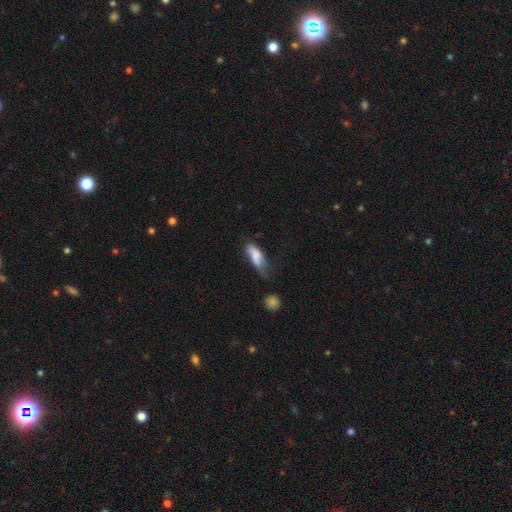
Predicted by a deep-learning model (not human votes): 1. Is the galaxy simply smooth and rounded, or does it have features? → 77% smooth, 16% featured or disk, 8% star or artifact.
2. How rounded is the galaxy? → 73% in between, 24% cigar-shaped, 3% round.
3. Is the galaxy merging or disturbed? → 36% minor disturbance, 29% none, 28% major disturbance, 7% merger.